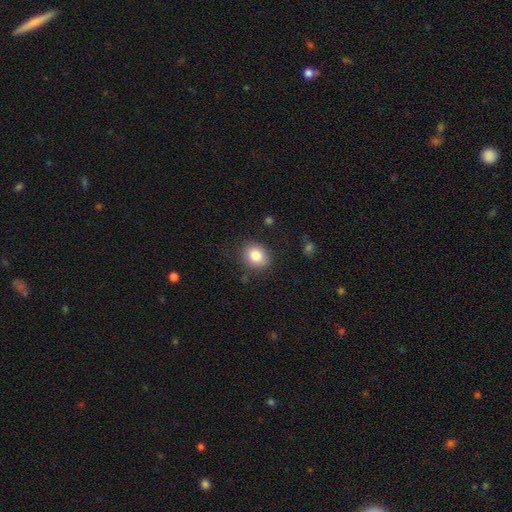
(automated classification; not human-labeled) The model was most divided on "how rounded": round: 61%, in between: 38%, cigar-shaped: 1%. More confident: merging — none (84%); smooth or featured — smooth (83%).